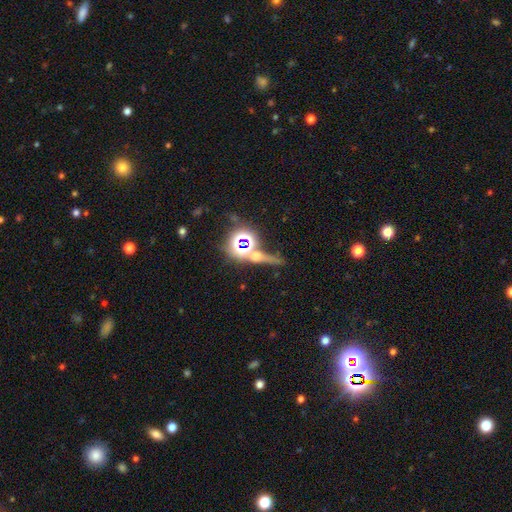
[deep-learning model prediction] This appears to be a star or artifact, not a galaxy (52%).